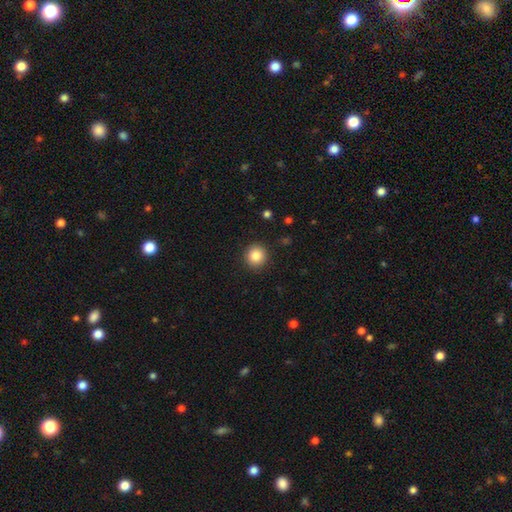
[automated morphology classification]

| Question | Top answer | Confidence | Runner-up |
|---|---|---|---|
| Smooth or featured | smooth | 85% | star or artifact (9%) |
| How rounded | round | 90% | in between (10%) |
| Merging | none | 91% | minor disturbance (6%) |